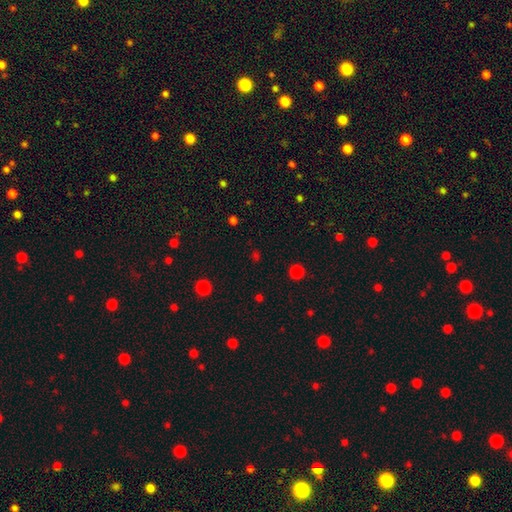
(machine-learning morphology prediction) Smooth or featured?
  - smooth: 47% * (tied)
  - star or artifact: 47% * (tied)
  - featured or disk: 6%
Merging?
  - none: 85% *
  - minor disturbance: 8%
  - major disturbance: 4%
  - merger: 3%